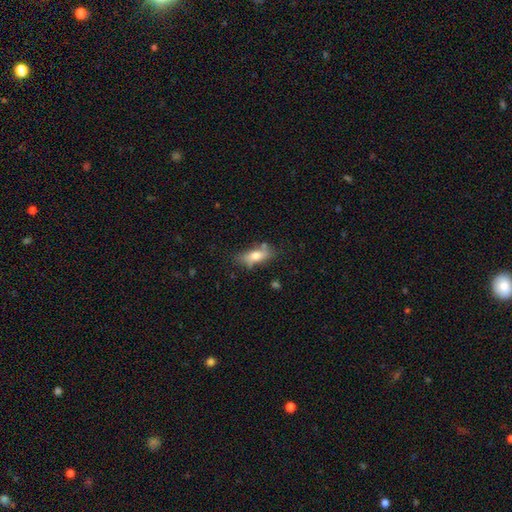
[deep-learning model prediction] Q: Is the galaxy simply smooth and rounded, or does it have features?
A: smooth — 67%.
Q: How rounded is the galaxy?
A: in between — 70%.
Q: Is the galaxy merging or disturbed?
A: none — 62%.